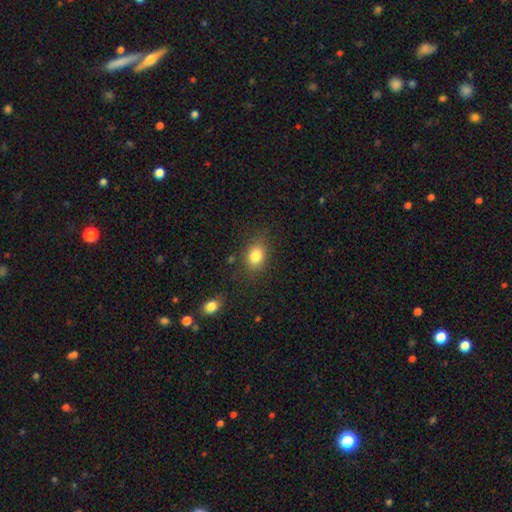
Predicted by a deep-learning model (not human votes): Overall: smooth (83%). How rounded: in between (60%; round 39%). Merging: none (79%).